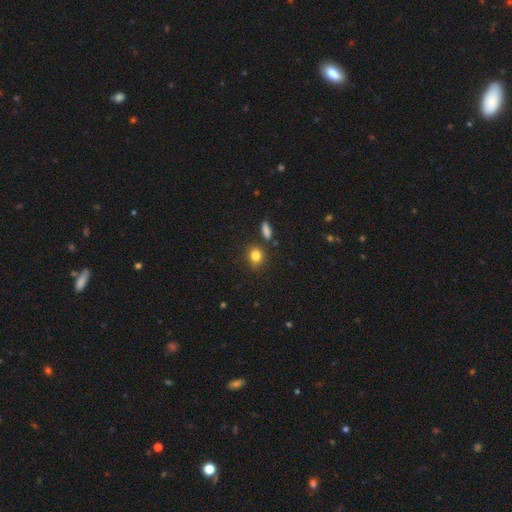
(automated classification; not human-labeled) smooth-or-featured: smooth: 84% | star or artifact: 11% | featured or disk: 6%
  how-rounded: round: 66% | in between: 32% | cigar-shaped: 2%
  merging: none: 81% | minor disturbance: 10% | merger: 6% | major disturbance: 3%